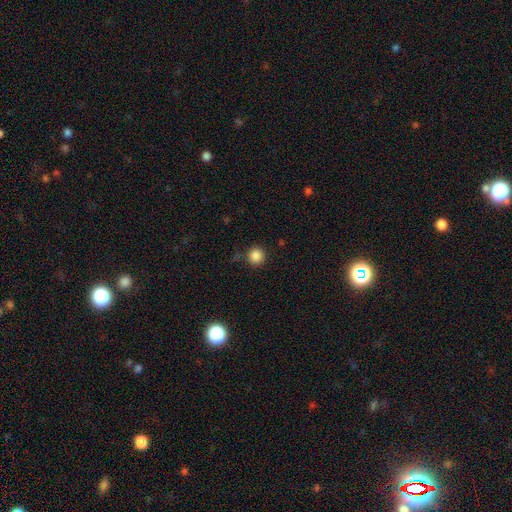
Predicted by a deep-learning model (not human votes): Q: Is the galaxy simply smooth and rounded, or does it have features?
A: smooth — 86%.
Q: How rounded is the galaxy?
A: round — 94%.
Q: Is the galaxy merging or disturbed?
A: none — 85%.